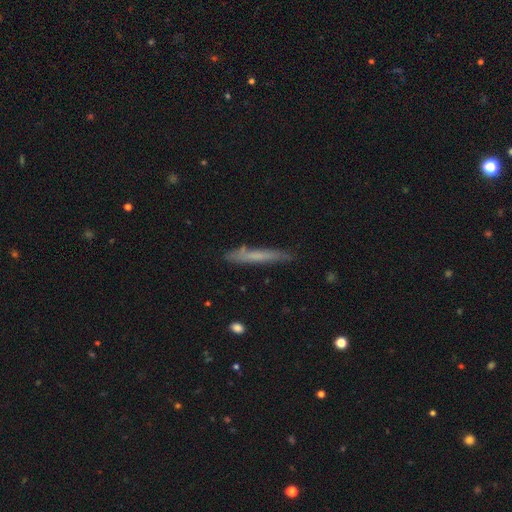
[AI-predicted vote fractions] Smooth or featured? smooth (59%)
How rounded? cigar-shaped (95%)
Merging? none (81%)